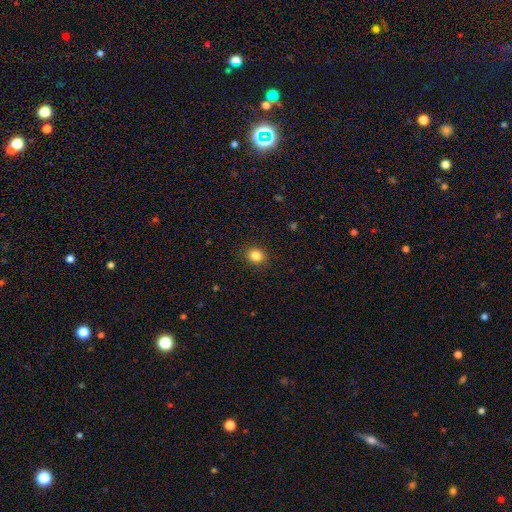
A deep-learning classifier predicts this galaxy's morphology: This appears to be a smooth galaxy with no disk features (84%) that is round (67%). Merging: none (90%).